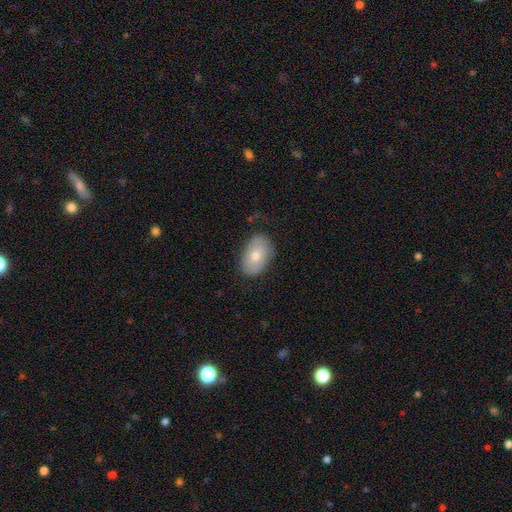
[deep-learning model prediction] Q: Smooth or featured?
A: smooth (72%); runner-up: featured or disk (21%)
Q: How rounded?
A: in between (90%); runner-up: round (9%)
Q: Merging?
A: none (78%); runner-up: minor disturbance (17%)